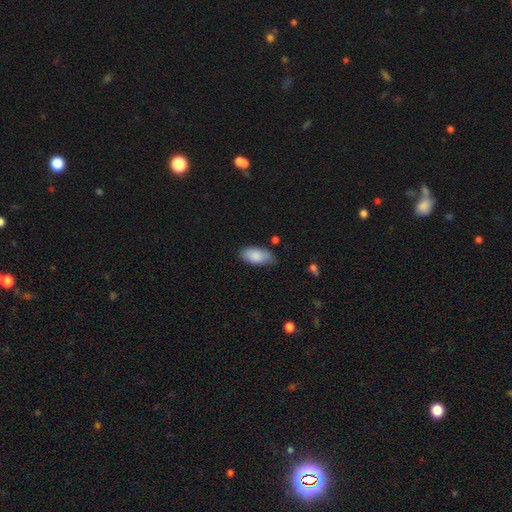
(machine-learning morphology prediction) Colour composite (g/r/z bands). It shows a smooth galaxy with no disk features (86%) that is in between round and cigar-shaped (94%). Merging: none (67%).